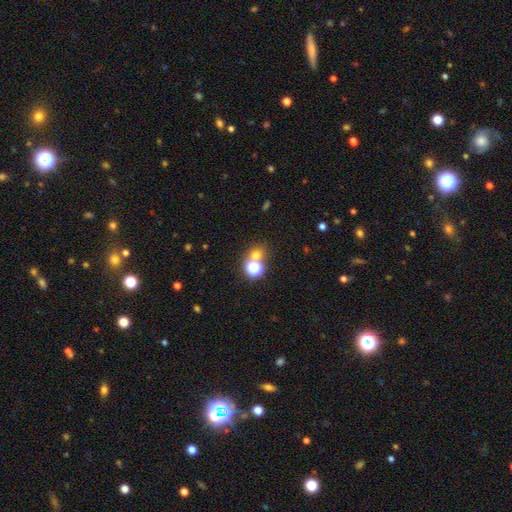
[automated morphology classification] smooth 57%, star or artifact 34%, featured or disk 9%. Down the decision tree: how rounded — round (81%); merging — none (59%).